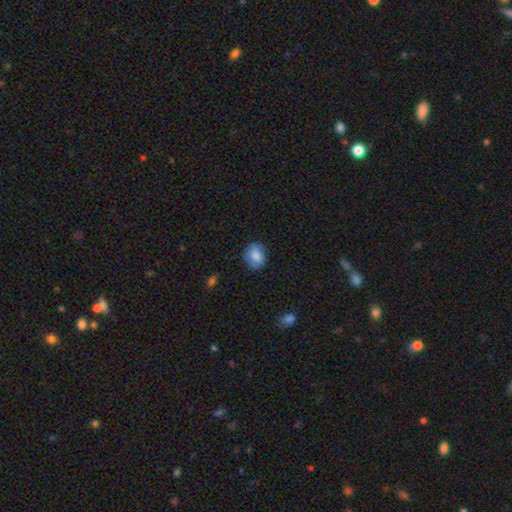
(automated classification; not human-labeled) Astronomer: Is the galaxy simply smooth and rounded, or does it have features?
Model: smooth — 82%.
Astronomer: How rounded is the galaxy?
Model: round — 55% (runner-up: in between, 44%).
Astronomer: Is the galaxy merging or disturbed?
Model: none — 73%.